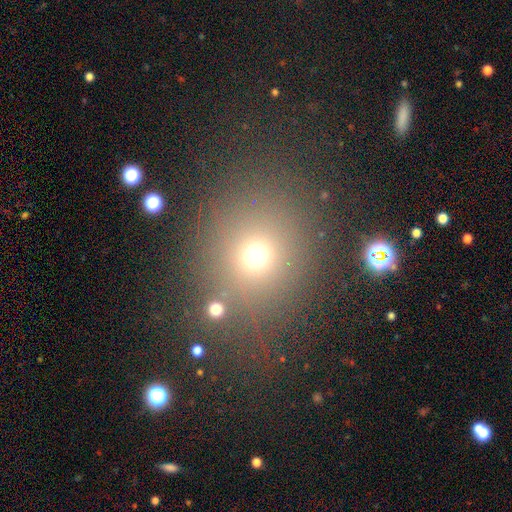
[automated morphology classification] This is likely a smooth galaxy (67%). How rounded: clearly round (81%). Merging: likely none (77%).